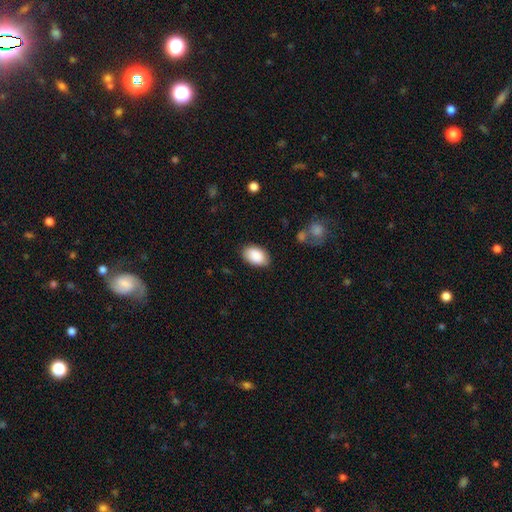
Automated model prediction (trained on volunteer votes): Q: Smooth or featured?
A: smooth (89%); runner-up: star or artifact (6%)
Q: How rounded?
A: in between (92%); runner-up: round (7%)
Q: Merging?
A: none (84%); runner-up: minor disturbance (12%)